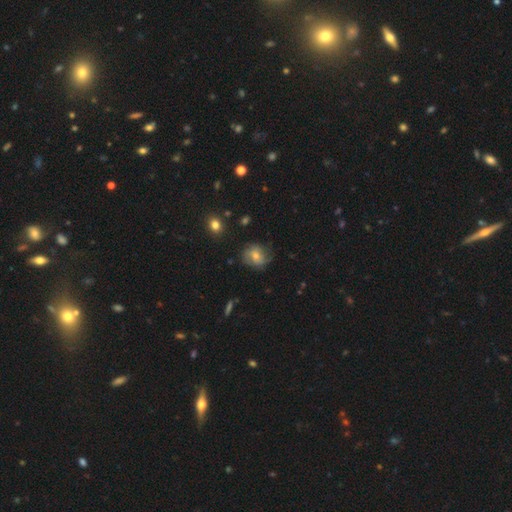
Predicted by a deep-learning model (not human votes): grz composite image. It shows a featured or disk galaxy (47%). Merging: none (66%).